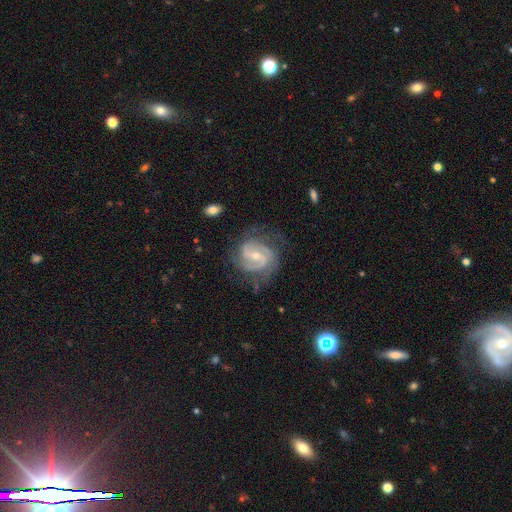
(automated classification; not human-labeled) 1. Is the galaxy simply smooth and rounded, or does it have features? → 87% featured or disk, 7% smooth, 6% star or artifact.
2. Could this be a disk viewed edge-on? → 98% no, 2% yes.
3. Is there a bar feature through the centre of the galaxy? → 46% weak, 35% no, 19% strong.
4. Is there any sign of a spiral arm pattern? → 96% yes, 4% no.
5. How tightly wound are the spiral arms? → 52% tight, 38% medium, 9% loose.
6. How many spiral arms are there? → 47% 2, 21% 3, 19% can't tell, 5% 4, 4% 1, 4% more than 4.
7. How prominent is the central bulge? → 56% small, 41% moderate, 1% large, 1% none, 1% dominant.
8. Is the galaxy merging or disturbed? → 70% none, 19% minor disturbance, 10% major disturbance, 1% merger.